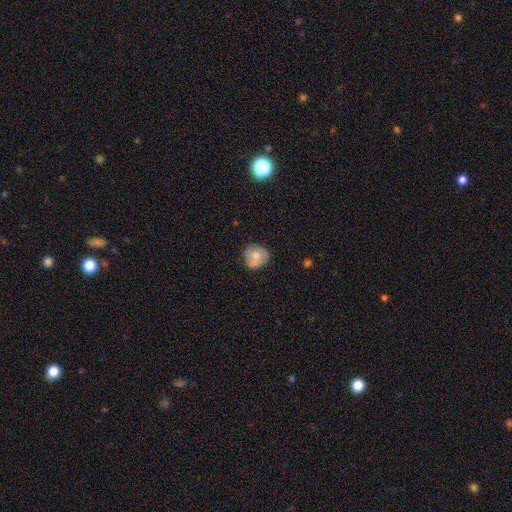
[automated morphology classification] Smooth or featured? smooth (63%)
How rounded? round (87%)
Merging? none (69%)